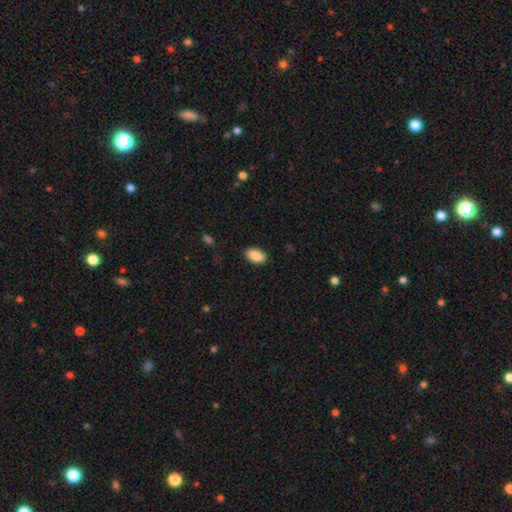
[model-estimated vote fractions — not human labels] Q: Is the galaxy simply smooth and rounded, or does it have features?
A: smooth — 87%.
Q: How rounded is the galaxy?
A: in between — 93%.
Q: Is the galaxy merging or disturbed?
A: none — 87%.